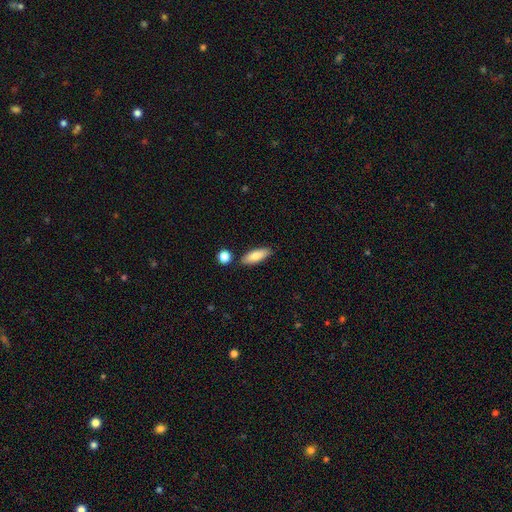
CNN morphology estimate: Smooth or featured: smooth — 78% (featured or disk — 16%)
How rounded: in between — 66% (cigar-shaped — 32%)
Merging: none — 82% (minor disturbance — 10%)